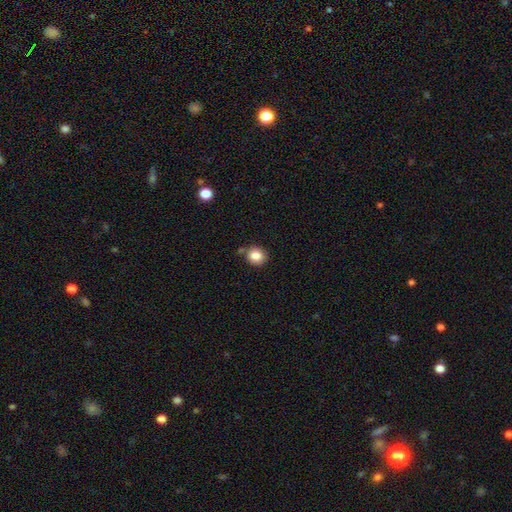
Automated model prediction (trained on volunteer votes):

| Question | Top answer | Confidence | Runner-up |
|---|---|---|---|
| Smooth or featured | smooth | 85% | star or artifact (10%) |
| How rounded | round | 83% | in between (16%) |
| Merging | none | 78% | minor disturbance (12%) |